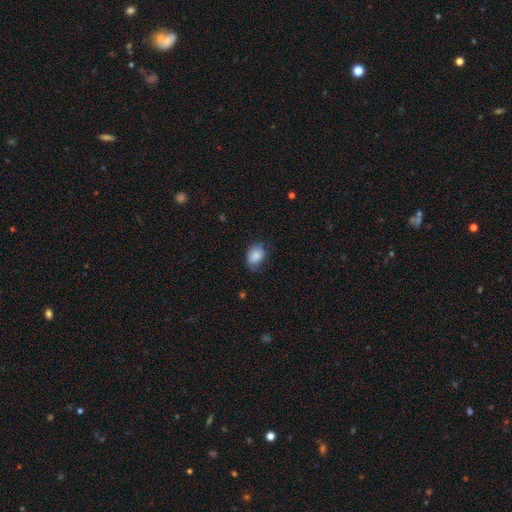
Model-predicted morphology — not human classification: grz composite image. It shows a smooth galaxy with no disk features (84%) that is in between round and cigar-shaped (70%). Merging: none (66%).